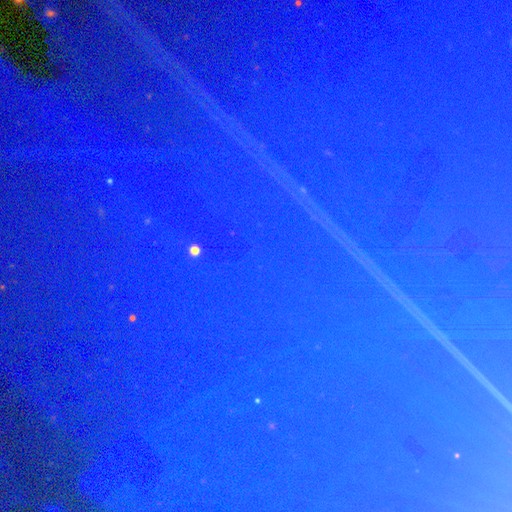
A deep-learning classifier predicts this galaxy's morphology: star or artifact 87%, featured or disk 7%, smooth 6%.